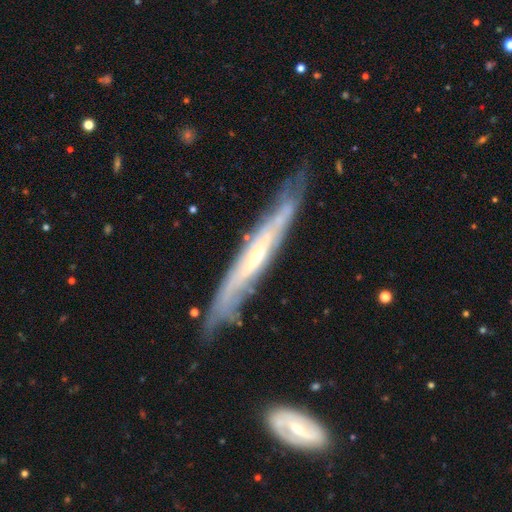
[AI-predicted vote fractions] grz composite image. It shows a featured or disk galaxy (77%) viewed edge-on (70%) with no central bulge (54%). Merging: none (71%).